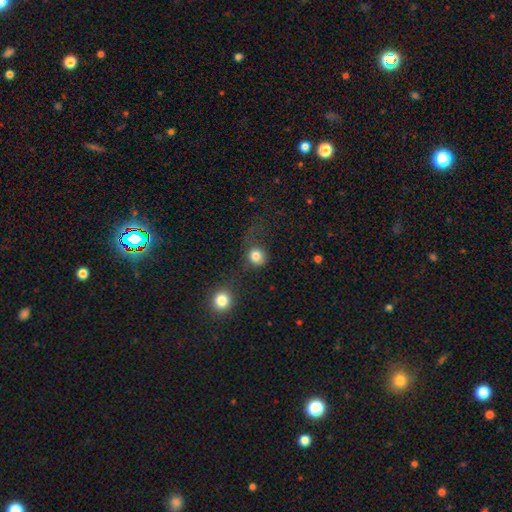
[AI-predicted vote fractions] This appears to be a smooth galaxy with no disk features (80%) that is round (83%). Merging: none (49%).